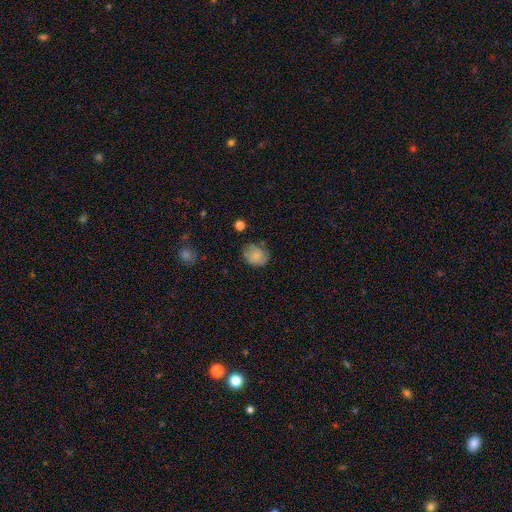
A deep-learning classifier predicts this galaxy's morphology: Smooth or featured? smooth (68%)
How rounded? round (65%)
Merging? none (63%)